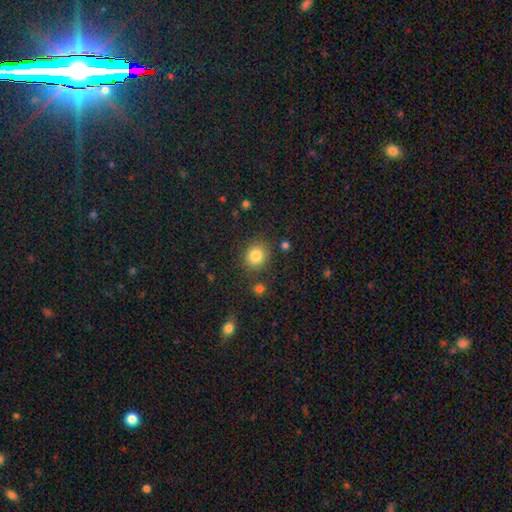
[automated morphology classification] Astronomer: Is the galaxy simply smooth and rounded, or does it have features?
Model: smooth — 83%.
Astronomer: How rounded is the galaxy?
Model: round — 76%.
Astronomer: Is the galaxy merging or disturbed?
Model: none — 83%.